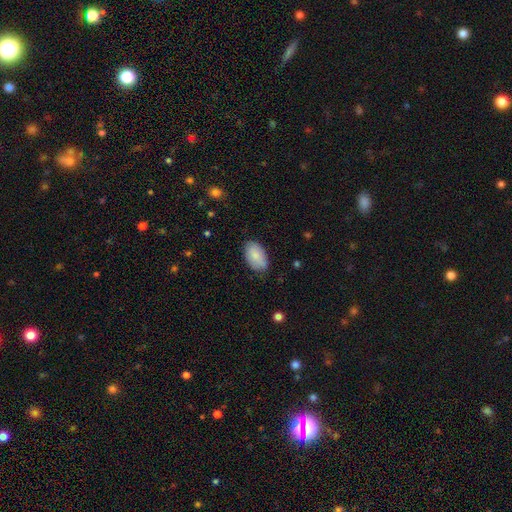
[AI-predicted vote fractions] Smooth or featured? Predicted: smooth (p=0.84). How rounded? Predicted: in between (p=0.94). Merging? Predicted: none (p=0.78).